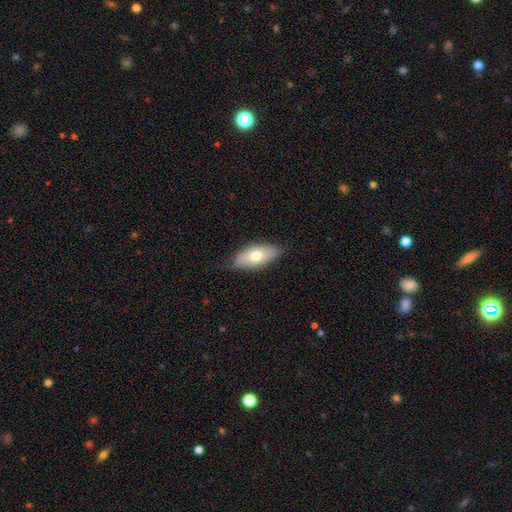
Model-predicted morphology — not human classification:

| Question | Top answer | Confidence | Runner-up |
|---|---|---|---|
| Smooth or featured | smooth | 67% | featured or disk (27%) |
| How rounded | in between | 87% | cigar-shaped (10%) |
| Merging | none | 75% | minor disturbance (20%) |